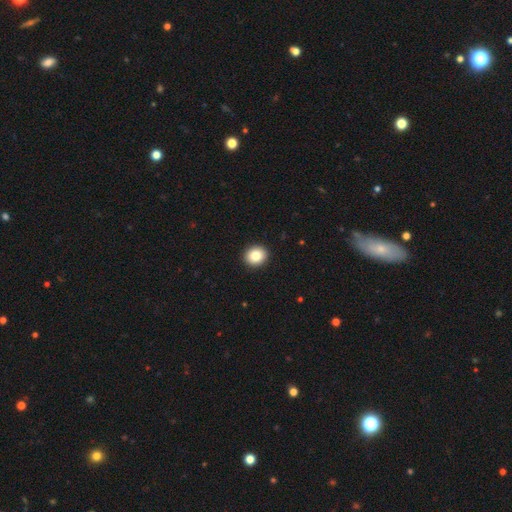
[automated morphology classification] This is clearly a smooth galaxy (84%). How rounded: likely round (77%). Merging: clearly none (93%).